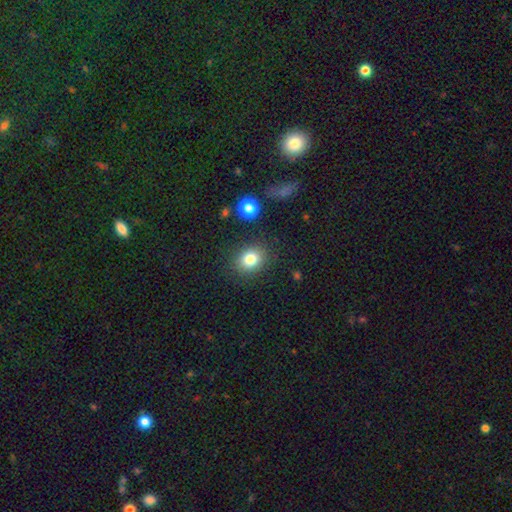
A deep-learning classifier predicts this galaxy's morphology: type=smooth (70%); roundness=round (73%); merging=none (87%).